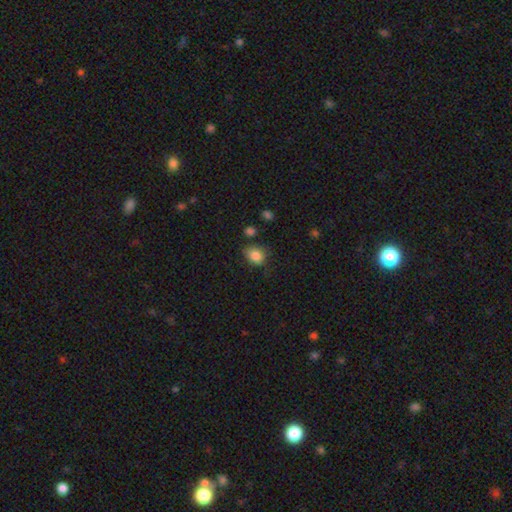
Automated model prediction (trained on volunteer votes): A smooth galaxy with no disk features (84%) that is round (54%).

Vote fractions:
- Smooth or featured? smooth: 84% / star or artifact: 9% / featured or disk: 7%
- How rounded? round: 54% / in between: 45% / cigar-shaped: 1%
- Merging? none: 66% / minor disturbance: 24% / major disturbance: 6% / merger: 4%